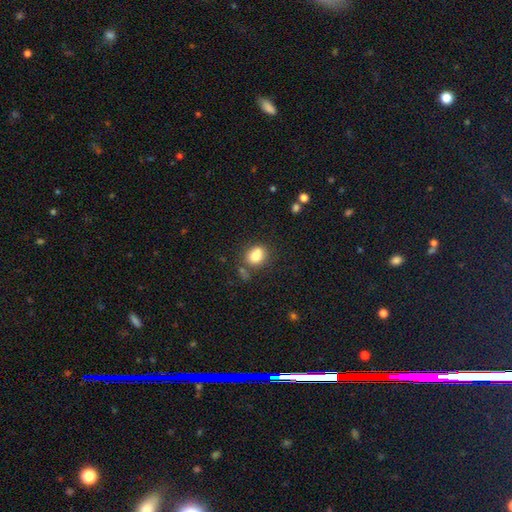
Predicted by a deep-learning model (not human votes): Overall: smooth (78%). How rounded: round (58%; in between 41%). Merging: none (53%; merger 23%).